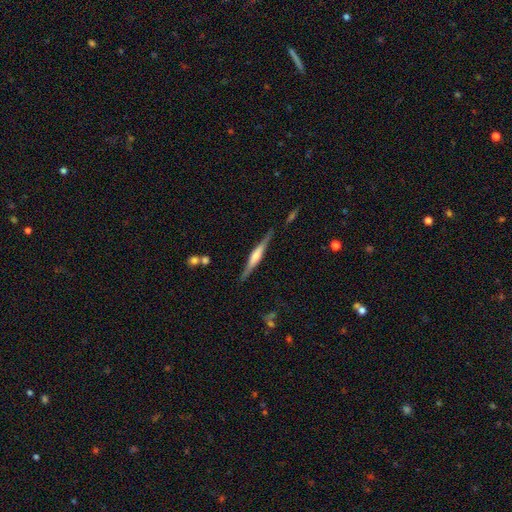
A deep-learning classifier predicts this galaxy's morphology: featured or disk 72%, smooth 22%, star or artifact 6%. Down the decision tree: edge-on disk — yes (98%); edge-on bulge — rounded (63%); merging — none (86%).